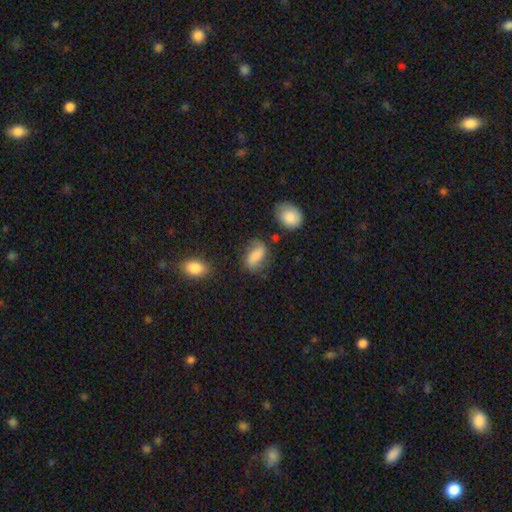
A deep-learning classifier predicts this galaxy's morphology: Overall: smooth (62%; featured or disk 28%). How rounded: in between (83%). Merging: none (61%; minor disturbance 24%).